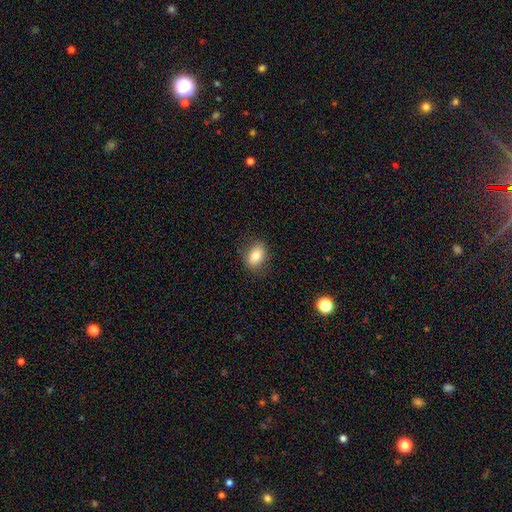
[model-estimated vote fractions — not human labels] smooth-or-featured: smooth: 80% | featured or disk: 11% | star or artifact: 9%
  how-rounded: in between: 77% | round: 22% | cigar-shaped: 1%
  merging: none: 82% | minor disturbance: 13% | major disturbance: 4% | merger: 1%